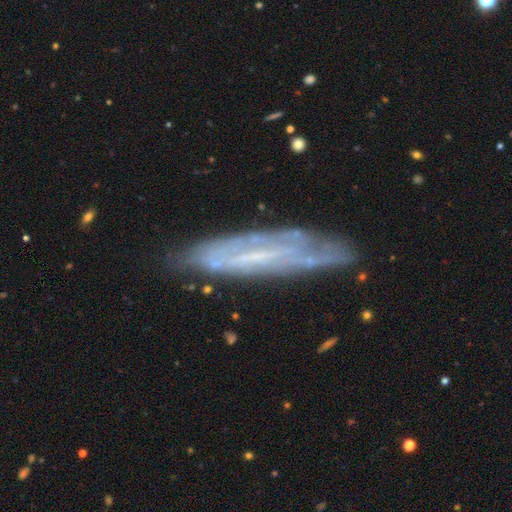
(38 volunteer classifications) A featured or disk galaxy (79%) with a strong bar (53%), 2 (50%) tight (50%, tied with medium) spiral arms (71%) and no central bulge (53%). Merging: none (65%).